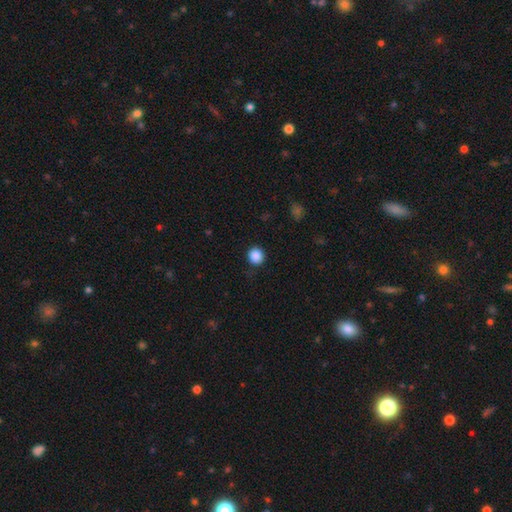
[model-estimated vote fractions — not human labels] Morphology: type=smooth (88%); roundness=round (93%); merging=none (89%).